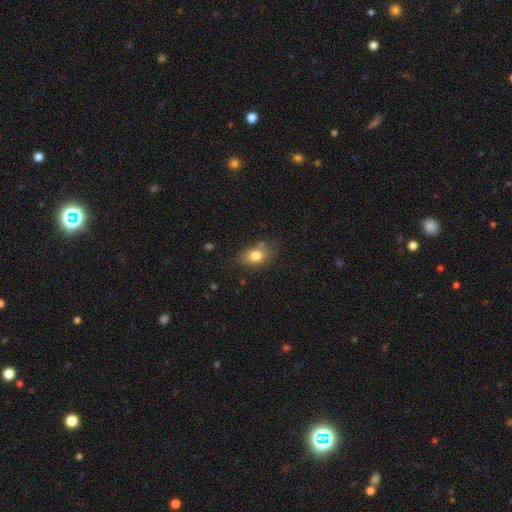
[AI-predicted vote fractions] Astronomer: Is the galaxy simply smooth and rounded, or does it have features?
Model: smooth — 80%.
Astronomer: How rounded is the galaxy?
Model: in between — 78%.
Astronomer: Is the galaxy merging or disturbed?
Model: none — 69%.